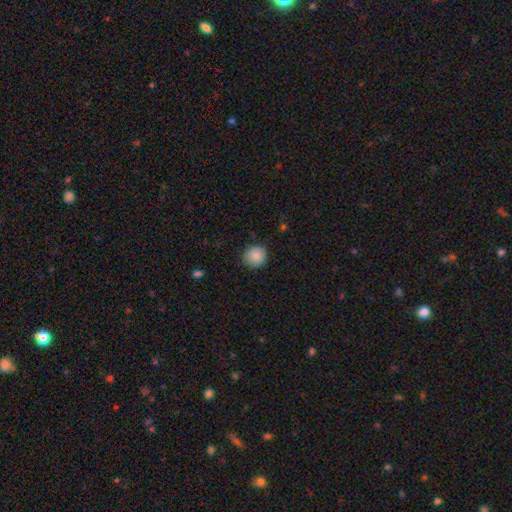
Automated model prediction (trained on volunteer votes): Smooth or featured: smooth — 87% (star or artifact — 8%)
How rounded: round — 86% (in between — 13%)
Merging: none — 84% (minor disturbance — 13%)